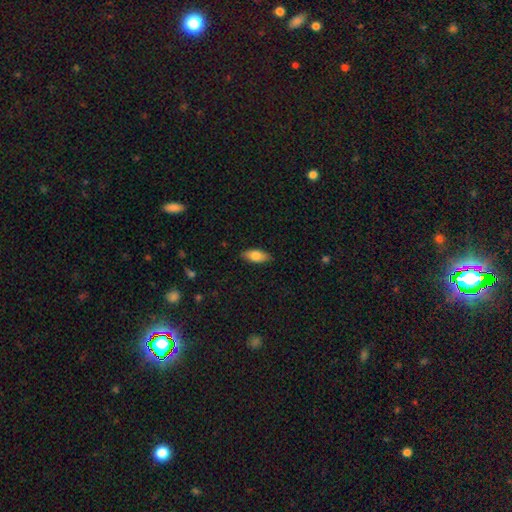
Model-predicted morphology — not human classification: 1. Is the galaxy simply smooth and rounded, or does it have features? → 78% smooth, 16% featured or disk, 6% star or artifact.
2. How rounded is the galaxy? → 86% in between, 12% cigar-shaped, 2% round.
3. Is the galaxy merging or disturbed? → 86% none, 11% minor disturbance, 2% major disturbance, 1% merger.